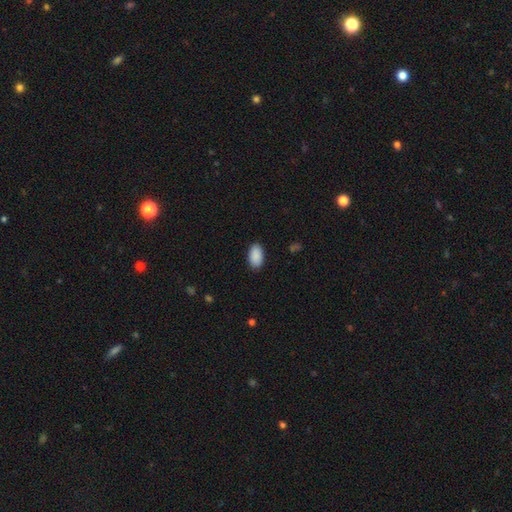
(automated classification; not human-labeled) Smooth or featured: smooth — 91% (star or artifact — 6%)
How rounded: in between — 95% (round — 4%)
Merging: none — 88% (minor disturbance — 9%)